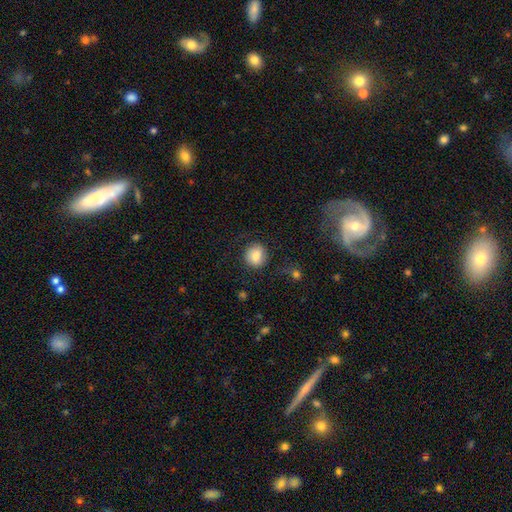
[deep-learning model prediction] Smooth or featured? Predicted: smooth (p=0.80). How rounded? Predicted: round (p=0.84). Merging? Predicted: none (p=0.76).